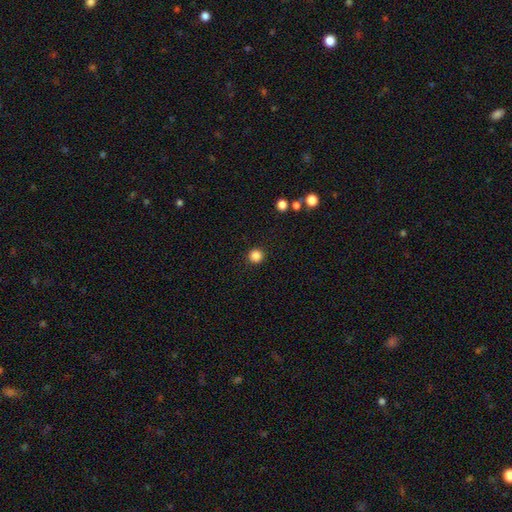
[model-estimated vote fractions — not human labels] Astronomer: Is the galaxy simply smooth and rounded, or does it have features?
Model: smooth — 86%.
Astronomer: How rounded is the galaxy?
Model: round — 95%.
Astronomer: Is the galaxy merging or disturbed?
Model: none — 92%.